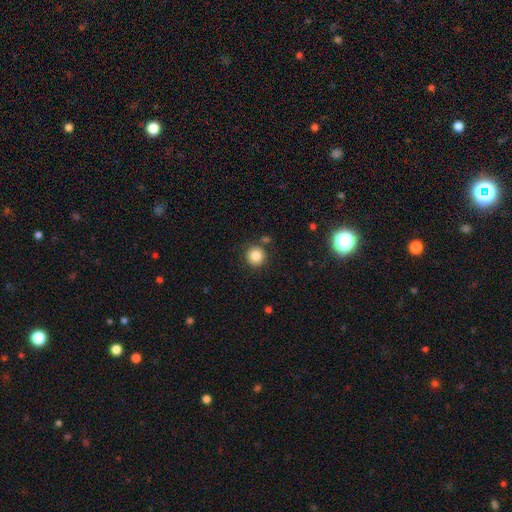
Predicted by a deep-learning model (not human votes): This appears to be a smooth galaxy with no disk features (83%) that is round (94%). Merging: none (84%).